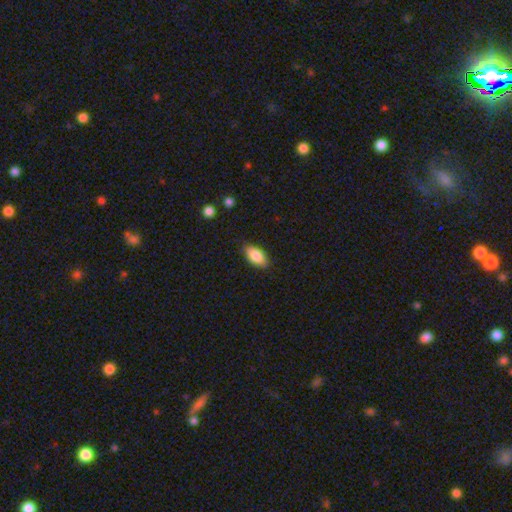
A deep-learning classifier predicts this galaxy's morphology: This appears to be a smooth galaxy with no disk features (84%) that is in between round and cigar-shaped (91%). Merging: none (85%).